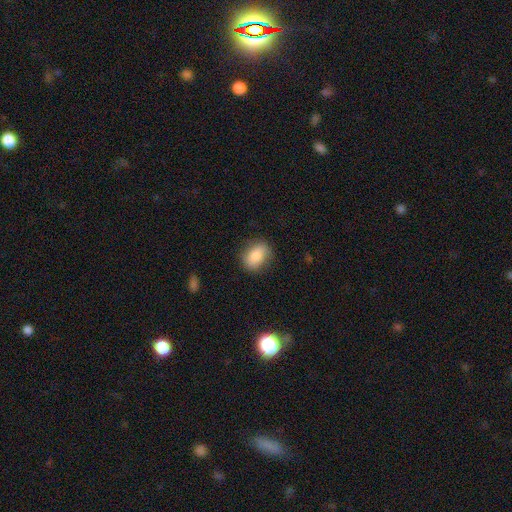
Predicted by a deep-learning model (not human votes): Morphology: type=smooth (84%); roundness=in between (69%); merging=none (80%).